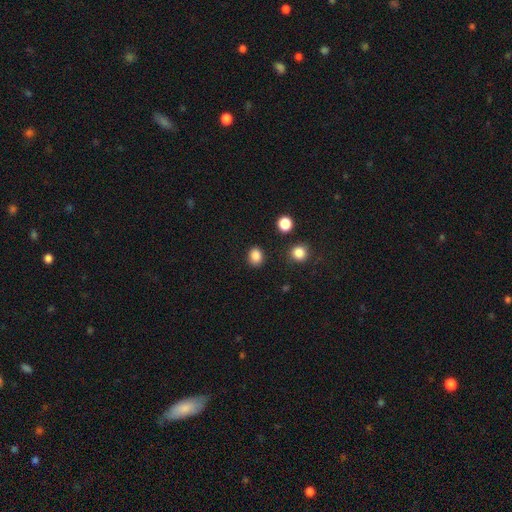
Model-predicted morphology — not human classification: Smooth or featured?
  - smooth: 86% *
  - star or artifact: 11%
  - featured or disk: 3%
How rounded?
  - round: 58% *
  - in between: 41%
  - cigar-shaped: 1%
Merging?
  - none: 86% *
  - minor disturbance: 8%
  - major disturbance: 3%
  - merger: 3%